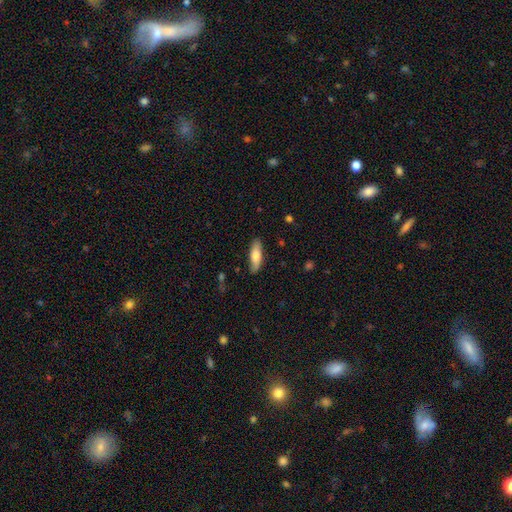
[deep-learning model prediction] A smooth galaxy with no disk features (73%) that is in between round and cigar-shaped (54%).

Vote fractions:
- Smooth or featured? smooth: 73% / featured or disk: 21% / star or artifact: 6%
- How rounded? in between: 54% / cigar-shaped: 45% / round: 2%
- Merging? none: 84% / minor disturbance: 12% / major disturbance: 2% / merger: 1%